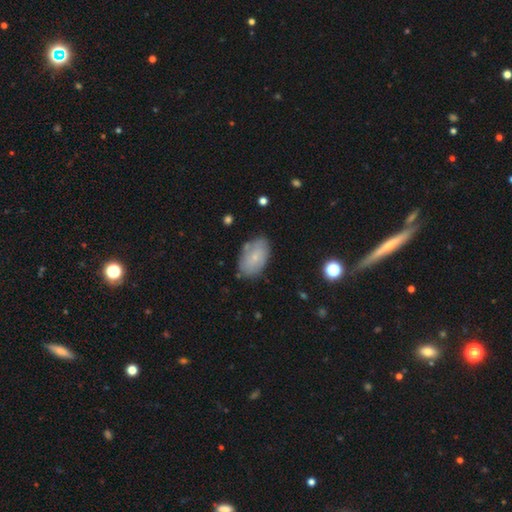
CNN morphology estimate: This is possibly a smooth galaxy (59%). How rounded: clearly in between (92%). Merging: likely none (75%).